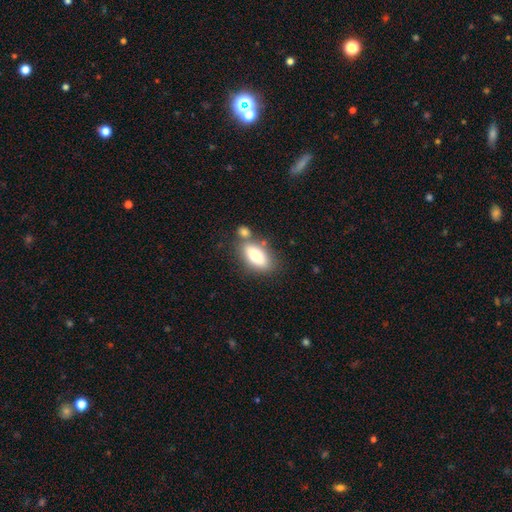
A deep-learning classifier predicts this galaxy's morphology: smooth-or-featured: smooth: 75% | featured or disk: 17% | star or artifact: 7%
  how-rounded: in between: 84% | cigar-shaped: 12% | round: 4%
  merging: none: 64% | merger: 19% | minor disturbance: 13% | major disturbance: 4%